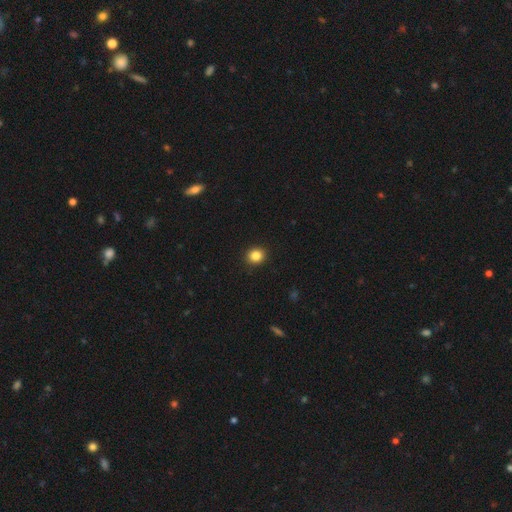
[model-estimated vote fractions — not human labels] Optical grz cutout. It shows a smooth galaxy with no disk features (86%) that is round (80%). Merging: none (92%).